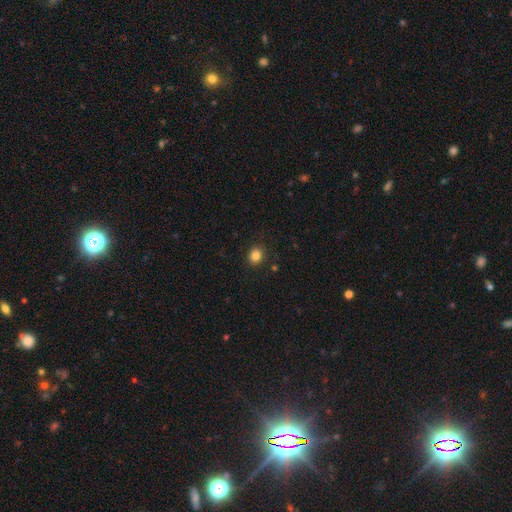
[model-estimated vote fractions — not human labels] smooth-or-featured: smooth: 84% | star or artifact: 11% | featured or disk: 4%
  how-rounded: round: 76% | in between: 23% | cigar-shaped: 1%
  merging: none: 89% | minor disturbance: 7% | major disturbance: 2% | merger: 1%